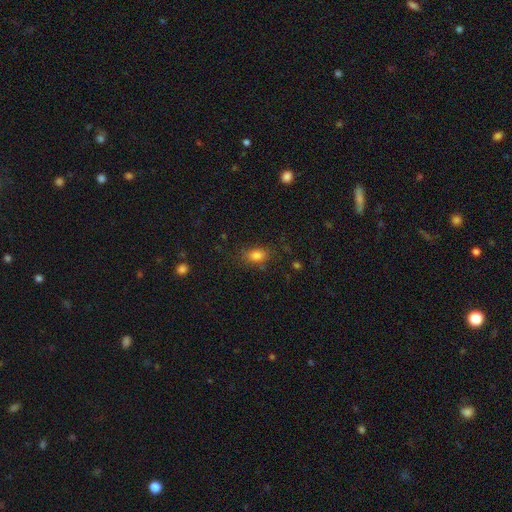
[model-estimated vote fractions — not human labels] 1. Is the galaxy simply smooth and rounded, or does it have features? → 82% smooth, 11% star or artifact, 7% featured or disk.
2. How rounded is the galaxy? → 77% in between, 21% round, 2% cigar-shaped.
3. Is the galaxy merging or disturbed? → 78% none, 15% minor disturbance, 5% major disturbance, 3% merger.